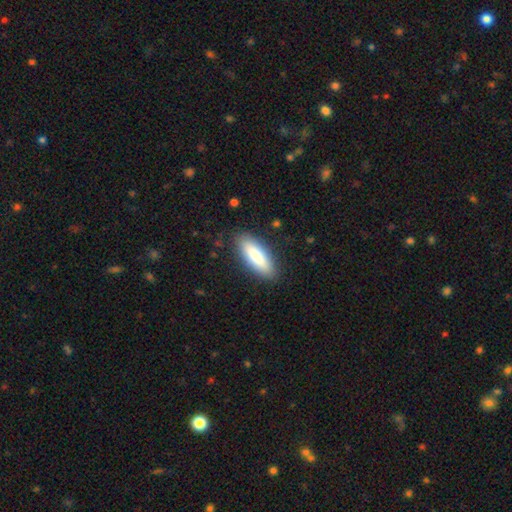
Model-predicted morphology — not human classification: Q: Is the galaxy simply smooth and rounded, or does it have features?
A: smooth — 82%.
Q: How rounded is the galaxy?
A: in between — 61%.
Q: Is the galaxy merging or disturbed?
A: none — 88%.